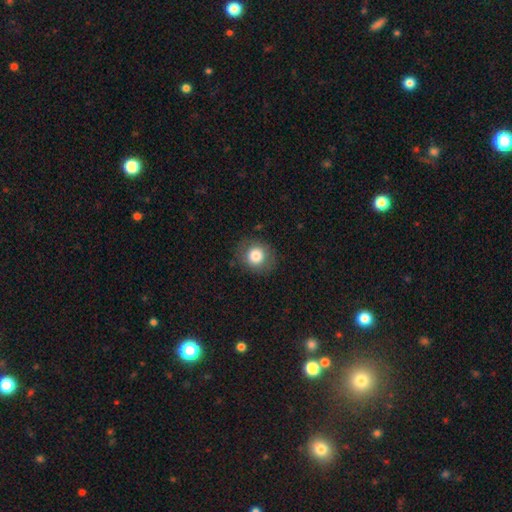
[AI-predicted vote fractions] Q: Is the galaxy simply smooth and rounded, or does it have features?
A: smooth — 81%.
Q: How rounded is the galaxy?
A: round — 85%.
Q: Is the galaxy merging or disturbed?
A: none — 84%.